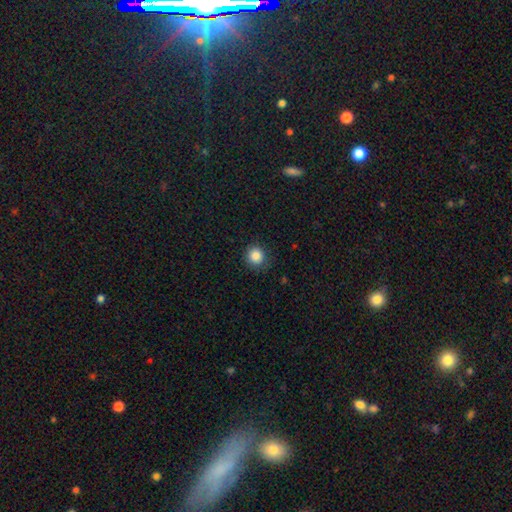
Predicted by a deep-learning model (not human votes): Q: Smooth or featured?
A: smooth (86%); runner-up: star or artifact (10%)
Q: How rounded?
A: round (91%); runner-up: in between (8%)
Q: Merging?
A: none (85%); runner-up: minor disturbance (11%)